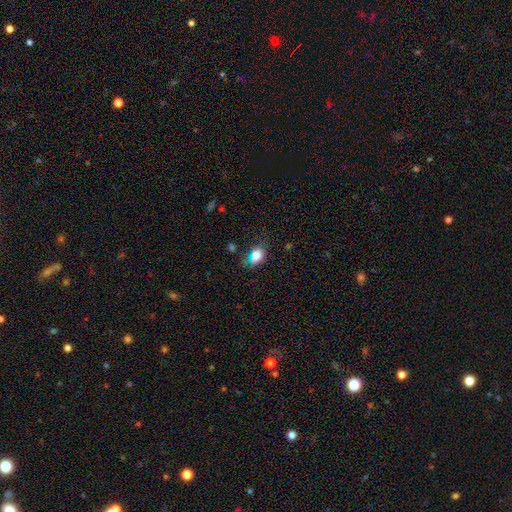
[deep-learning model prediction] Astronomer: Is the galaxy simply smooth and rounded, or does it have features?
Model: smooth — 81%.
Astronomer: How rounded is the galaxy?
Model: in between — 69%.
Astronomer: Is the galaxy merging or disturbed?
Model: none — 65%.